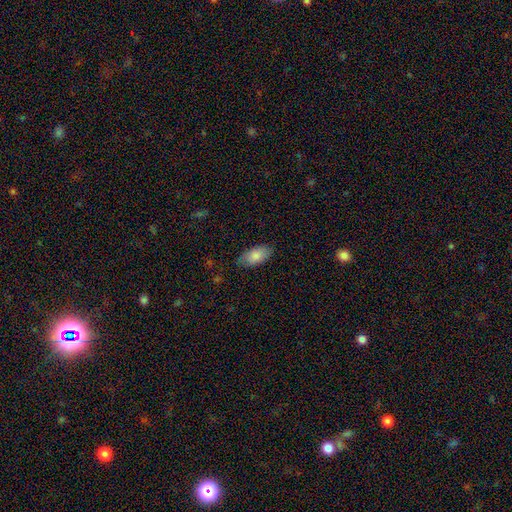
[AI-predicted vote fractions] smooth 84%, featured or disk 10%, star or artifact 6%. Down the decision tree: how rounded — in between (93%); merging — none (82%).